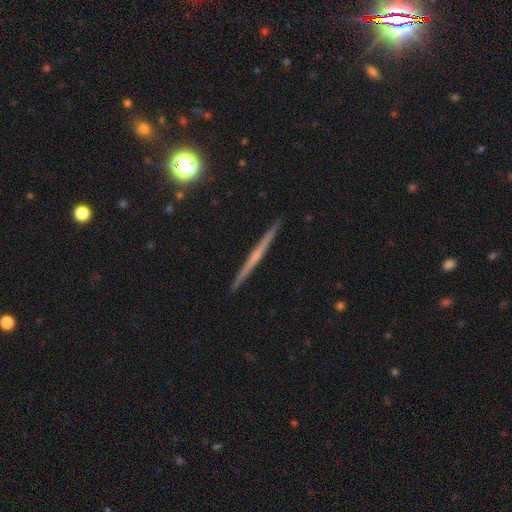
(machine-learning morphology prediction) Smooth or featured? featured or disk (68%)
Edge-on disk? yes (98%)
Edge-on bulge? none (68%)
Merging? none (93%)